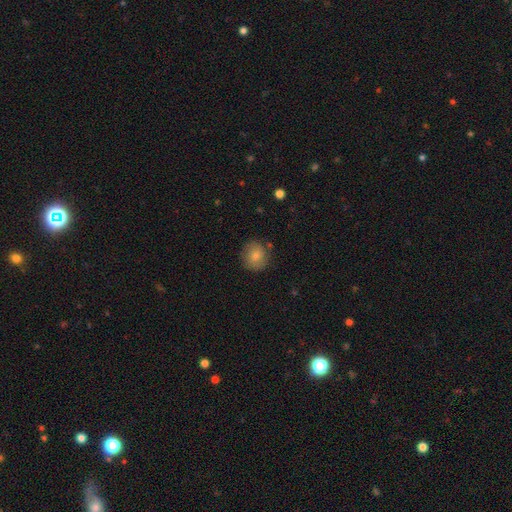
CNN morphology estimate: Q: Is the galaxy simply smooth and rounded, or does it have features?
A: smooth — 79%.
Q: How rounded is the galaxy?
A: round — 88%.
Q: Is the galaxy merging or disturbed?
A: none — 81%.